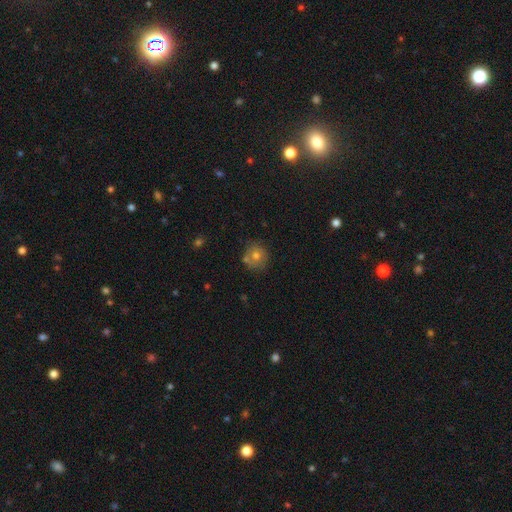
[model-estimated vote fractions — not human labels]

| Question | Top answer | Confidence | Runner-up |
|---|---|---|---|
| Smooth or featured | smooth | 65% | featured or disk (22%) |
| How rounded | round | 89% | in between (10%) |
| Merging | none | 69% | minor disturbance (14%) |